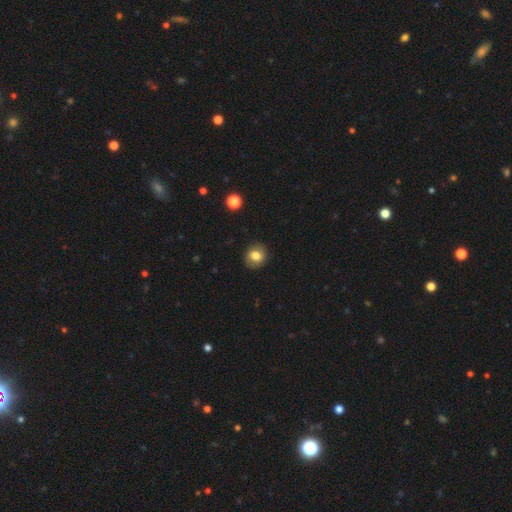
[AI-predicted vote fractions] Morphology: type=smooth (79%); roundness=round (73%); merging=none (86%).